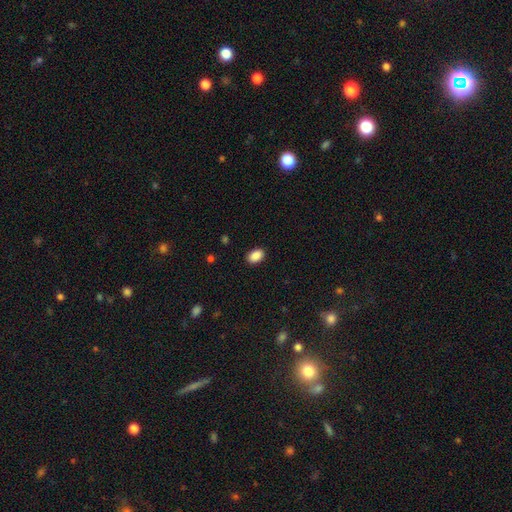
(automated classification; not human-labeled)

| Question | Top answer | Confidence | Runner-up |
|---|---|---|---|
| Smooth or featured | smooth | 89% | star or artifact (8%) |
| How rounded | in between | 86% | round (13%) |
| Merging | none | 89% | minor disturbance (8%) |